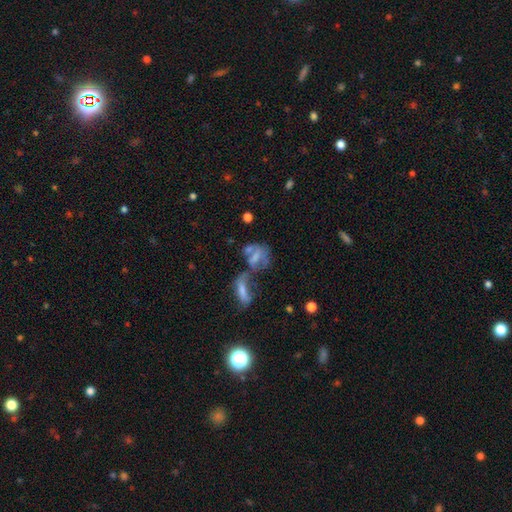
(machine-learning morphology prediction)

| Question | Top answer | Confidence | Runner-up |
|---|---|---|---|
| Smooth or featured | smooth | 48% | featured or disk (40%) |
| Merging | merger | 54% | major disturbance (18%) |